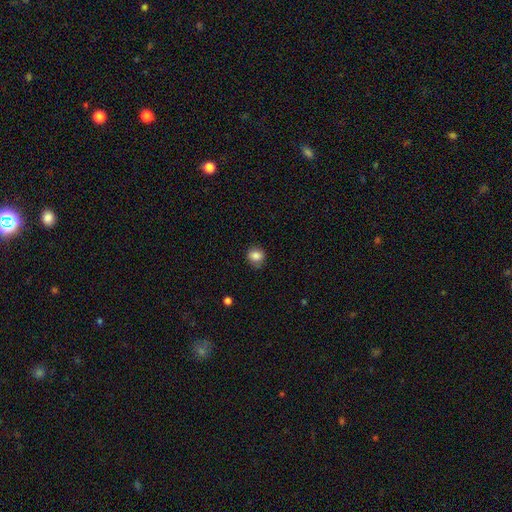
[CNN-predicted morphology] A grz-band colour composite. It shows a smooth galaxy with no disk features (85%) that is round (70%). Merging: none (79%).